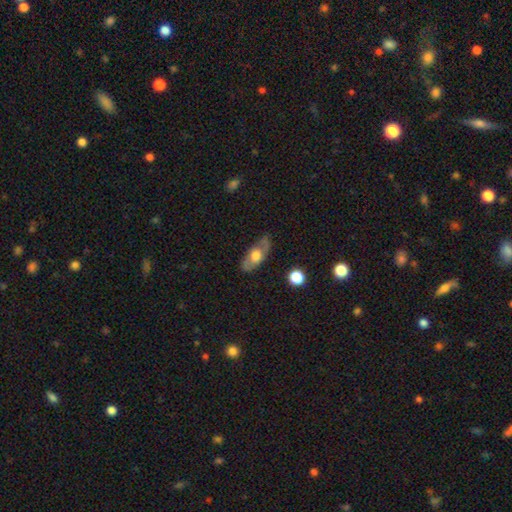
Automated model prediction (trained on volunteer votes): The model was most divided on "smooth or featured": smooth: 47%, featured or disk: 46%, star or artifact: 7%. More confident: merging — none (71%).